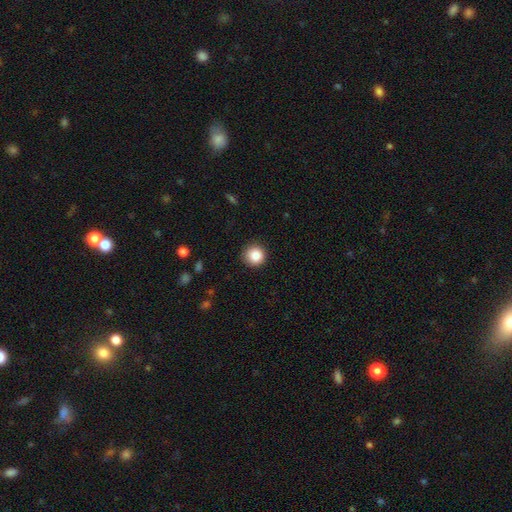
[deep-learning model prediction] smooth-or-featured: smooth: 86% | star or artifact: 10% | featured or disk: 4%
  how-rounded: round: 95% | in between: 4% | cigar-shaped: 1%
  merging: none: 88% | minor disturbance: 8% | major disturbance: 2% | merger: 1%